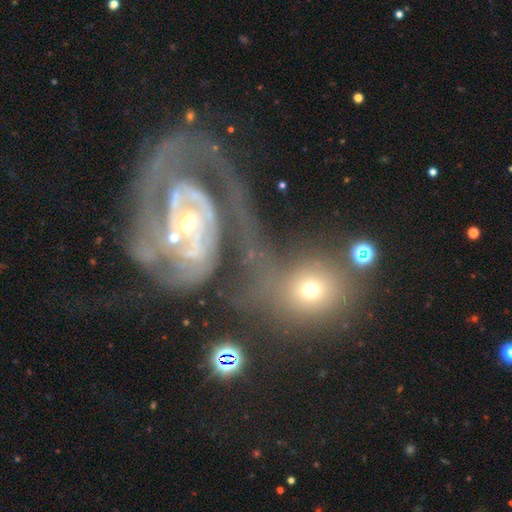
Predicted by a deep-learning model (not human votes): Morphology: type=featured or disk (72%); edge-on=no (96%); bar=no (58%); spiral arms=yes (85%); winding=tight (56%); arm count=2 (41%); bulge=small (61%); merging=merger (35%).